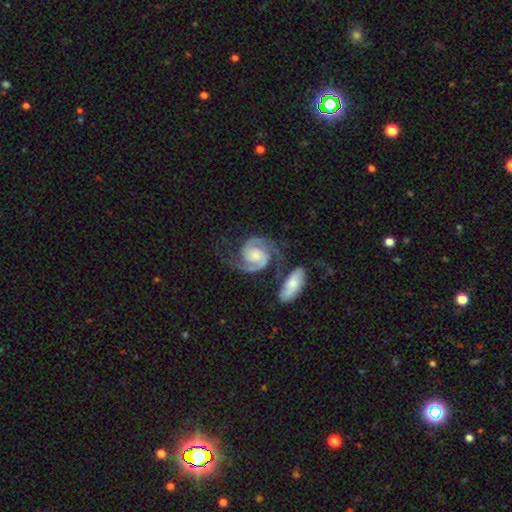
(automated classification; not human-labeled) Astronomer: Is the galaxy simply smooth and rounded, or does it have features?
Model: featured or disk — 91%.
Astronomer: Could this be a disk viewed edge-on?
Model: no — 98%.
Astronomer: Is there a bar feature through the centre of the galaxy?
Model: no — 62%.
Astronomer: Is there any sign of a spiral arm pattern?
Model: yes — 98%.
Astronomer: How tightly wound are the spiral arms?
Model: medium — 49% (runner-up: tight, 42%).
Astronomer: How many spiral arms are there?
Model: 2 — 93%.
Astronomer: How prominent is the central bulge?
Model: small — 37% (runner-up: moderate, 33%).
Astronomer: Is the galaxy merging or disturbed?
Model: none — 58%.